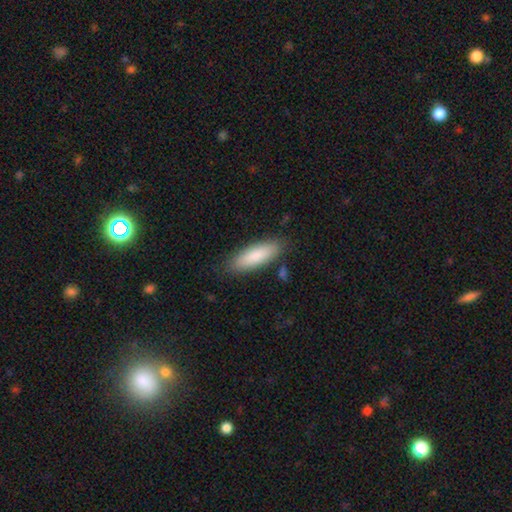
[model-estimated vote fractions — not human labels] A smooth galaxy with no disk features (86%) that is in between round and cigar-shaped (53%). Merging: none (85%).